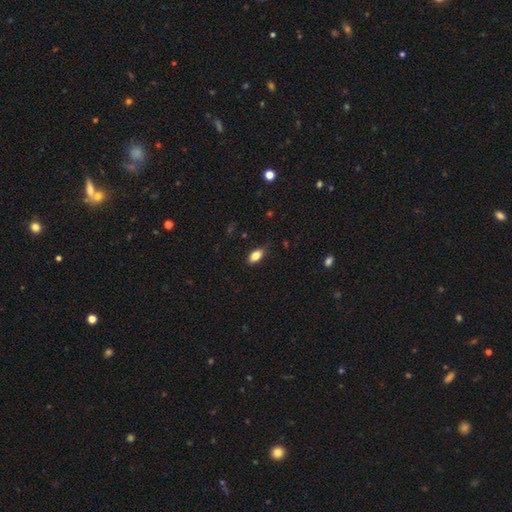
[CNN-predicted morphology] smooth_or_featured: smooth (p=0.82) [alt: featured or disk p=0.09]
how_rounded: in between (p=0.90) [alt: round p=0.05]
merging: none (p=0.82) [alt: minor disturbance p=0.15]